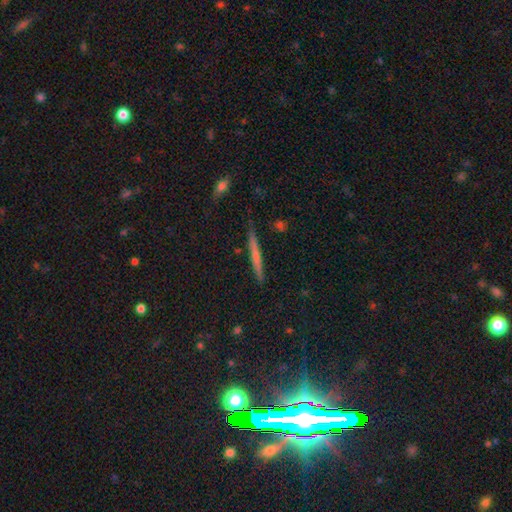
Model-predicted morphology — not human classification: The model was most divided on "smooth or featured": smooth: 46%, featured or disk: 45%, star or artifact: 9%. More confident: merging — none (87%).